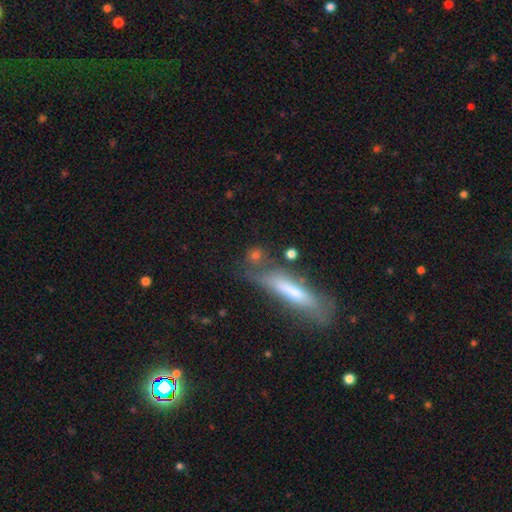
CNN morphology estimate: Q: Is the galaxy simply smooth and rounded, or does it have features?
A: smooth — 59%.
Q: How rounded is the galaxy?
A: cigar-shaped — 49%.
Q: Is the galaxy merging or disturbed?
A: none — 64%.